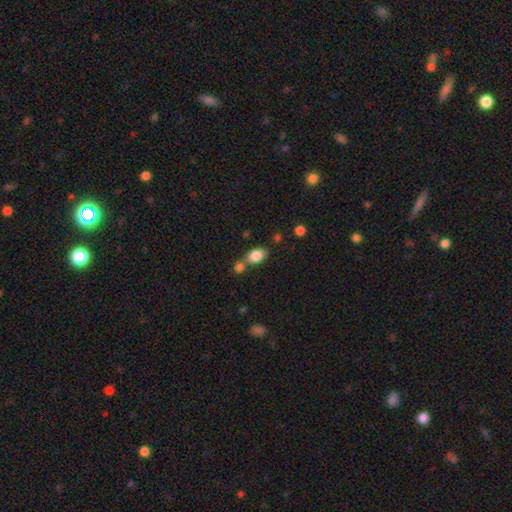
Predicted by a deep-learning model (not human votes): Smooth or featured: smooth — 83% (star or artifact — 8%)
How rounded: in between — 83% (round — 15%)
Merging: none — 52% (merger — 32%)